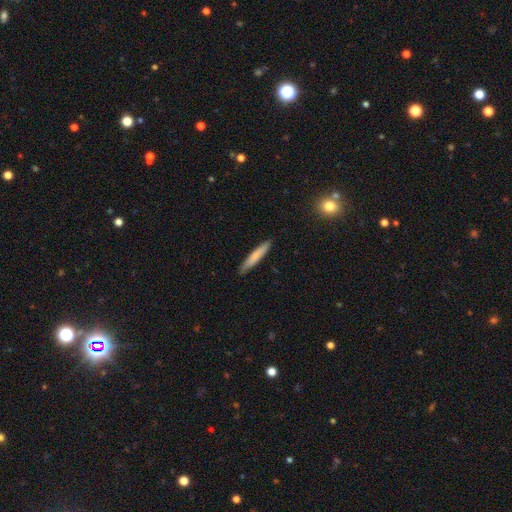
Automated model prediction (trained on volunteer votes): Morphology: type=smooth (75%); roundness=cigar-shaped (93%); merging=none (88%).